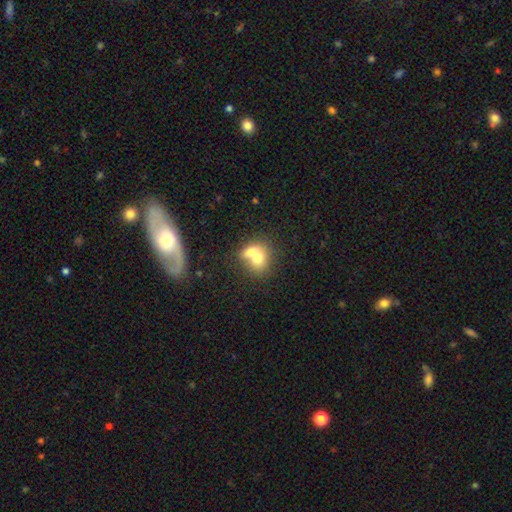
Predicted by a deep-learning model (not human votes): Smooth or featured? Predicted: smooth (p=0.68). How rounded? Predicted: round (p=0.57). Merging? Predicted: merger (p=0.65).